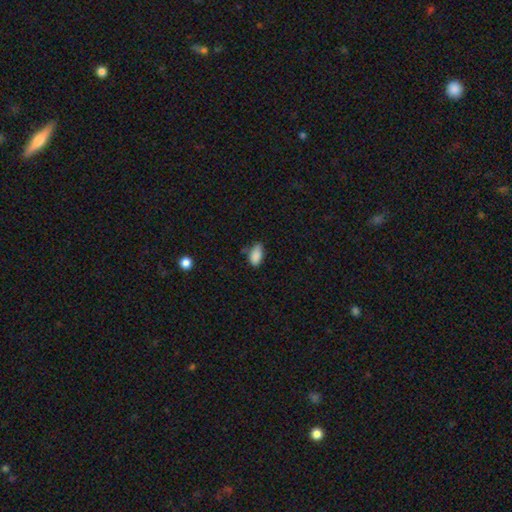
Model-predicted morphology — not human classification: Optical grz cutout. It shows a smooth galaxy with no disk features (86%) that is in between round and cigar-shaped (92%). Merging: none (54%).